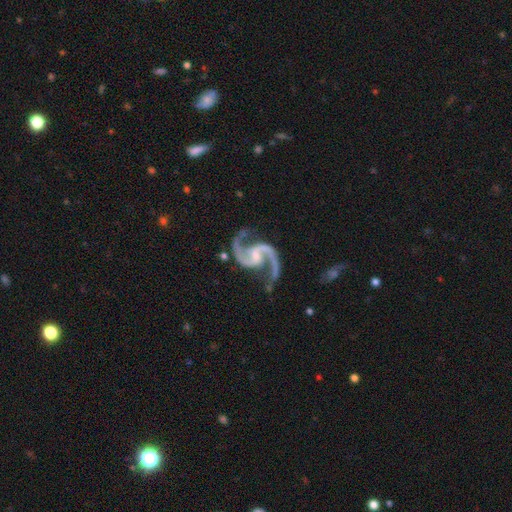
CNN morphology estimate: Q: Smooth or featured?
A: featured or disk (94%); runner-up: star or artifact (4%)
Q: Edge-on disk?
A: no (98%); runner-up: yes (2%)
Q: Bar?
A: weak (47%); runner-up: no (33%)
Q: Spiral arms?
A: yes (99%); runner-up: no (1%)
Q: Spiral winding?
A: medium (47%); runner-up: loose (46%)
Q: Spiral arm count?
A: 2 (95%); runner-up: 3 (1%)
Q: Bulge size?
A: small (57%); runner-up: moderate (27%)
Q: Merging?
A: none (75%); runner-up: minor disturbance (15%)